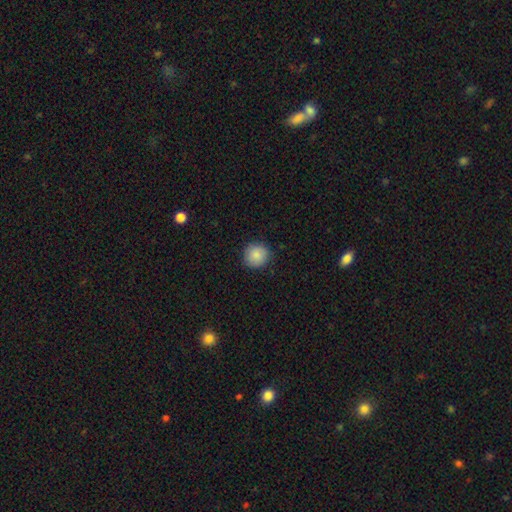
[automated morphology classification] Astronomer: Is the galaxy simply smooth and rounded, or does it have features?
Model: smooth — 87%.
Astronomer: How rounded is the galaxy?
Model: round — 91%.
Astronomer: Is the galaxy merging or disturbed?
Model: none — 86%.